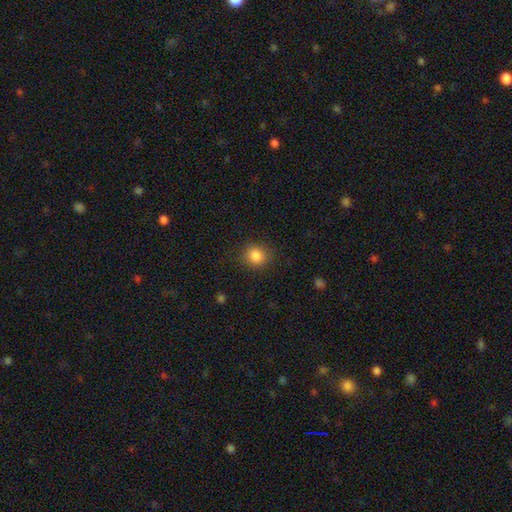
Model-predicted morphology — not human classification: This appears to be a smooth galaxy with no disk features (85%) that is round (79%). Merging: none (84%).